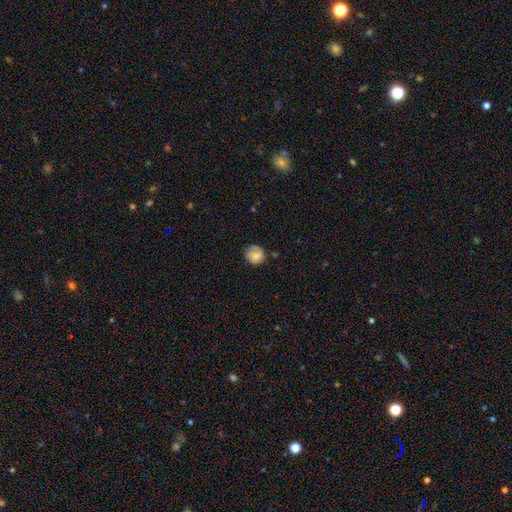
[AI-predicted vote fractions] smooth-or-featured: smooth: 68% | featured or disk: 23% | star or artifact: 8%
  how-rounded: round: 82% | in between: 17% | cigar-shaped: 1%
  merging: none: 63% | minor disturbance: 26% | major disturbance: 9% | merger: 2%